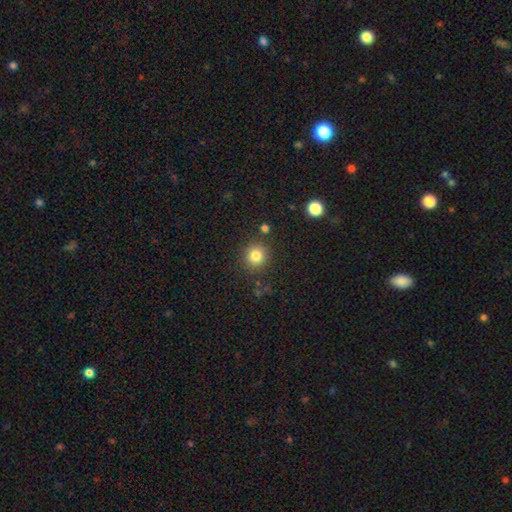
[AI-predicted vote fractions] A smooth galaxy with no disk features (81%) that is round (93%). Merging: none (86%).